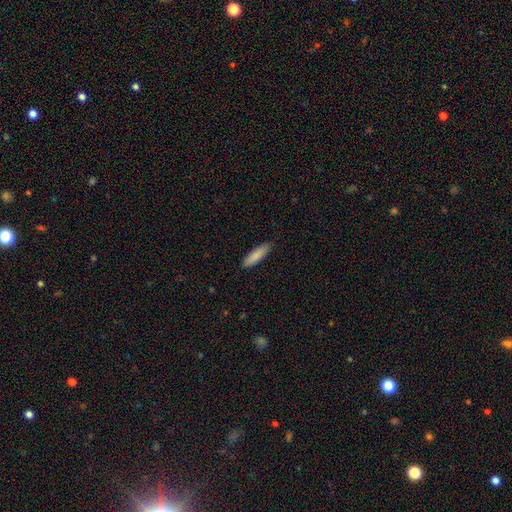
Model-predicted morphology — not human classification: A smooth galaxy with no disk features (86%) that is cigar-shaped (71%).

Vote fractions:
- Smooth or featured? smooth: 86% / featured or disk: 8% / star or artifact: 6%
- How rounded? cigar-shaped: 71% / in between: 28% / round: 1%
- Merging? none: 88% / minor disturbance: 9% / major disturbance: 2% / merger: 1%